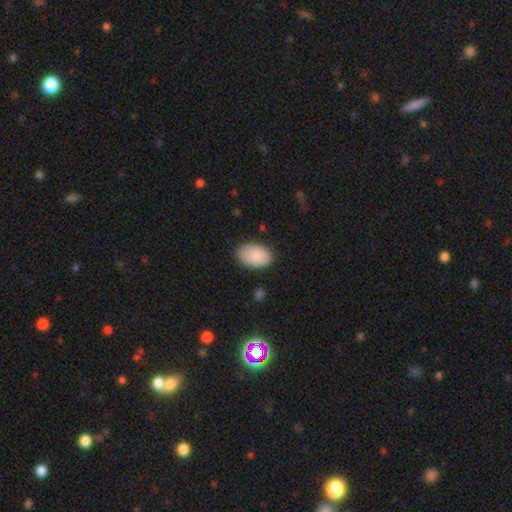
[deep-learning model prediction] smooth_or_featured: smooth (p=0.86) [alt: featured or disk p=0.08]
how_rounded: in between (p=0.91) [alt: round p=0.08]
merging: none (p=0.85) [alt: minor disturbance p=0.12]